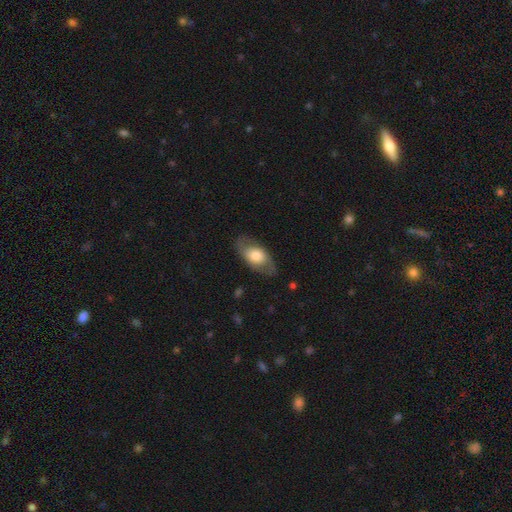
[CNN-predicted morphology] Smooth or featured? Predicted: smooth (p=0.51). How rounded? Predicted: in between (p=0.86). Merging? Predicted: none (p=0.78).